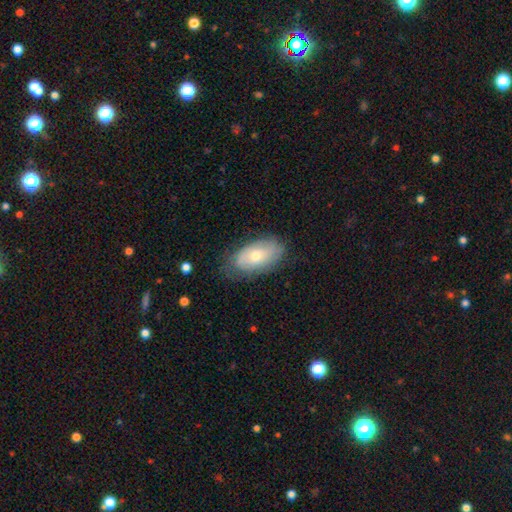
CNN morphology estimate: Smooth or featured? smooth (56%)
How rounded? in between (93%)
Merging? none (70%)